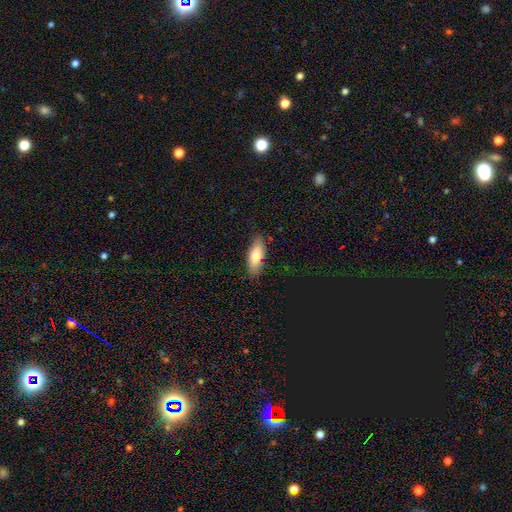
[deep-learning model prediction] The model was most divided on "how rounded": in between: 73%, cigar-shaped: 25%, round: 2%. More confident: merging — none (79%); smooth or featured — smooth (79%).